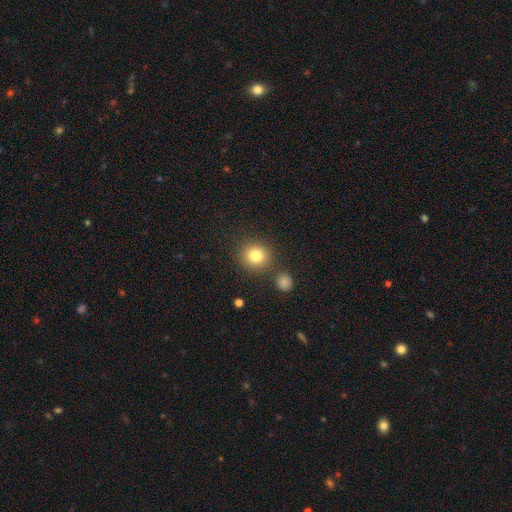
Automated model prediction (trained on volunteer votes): Smooth or featured? Predicted: smooth (p=0.81). How rounded? Predicted: round (p=0.91). Merging? Predicted: none (p=0.82).